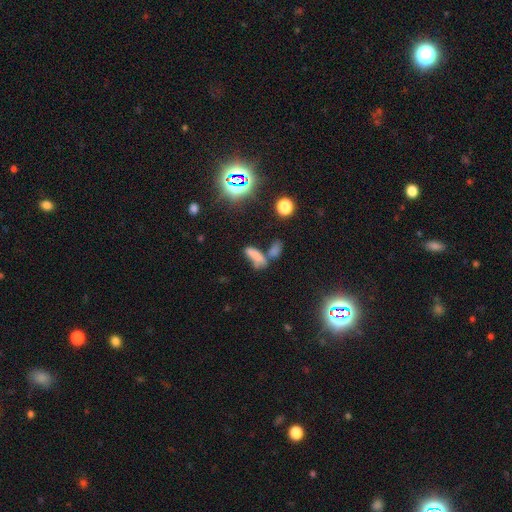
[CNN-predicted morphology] smooth_or_featured: smooth (p=0.66) [alt: star or artifact p=0.21]
how_rounded: in between (p=0.53) [alt: cigar-shaped p=0.41]
merging: merger (p=0.43) [alt: none p=0.33]